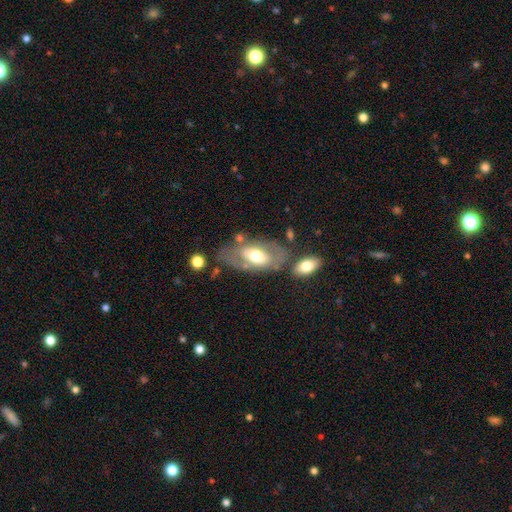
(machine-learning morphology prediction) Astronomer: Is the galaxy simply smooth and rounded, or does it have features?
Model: featured or disk — 50% (runner-up: smooth, 44%).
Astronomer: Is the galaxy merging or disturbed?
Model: none — 55%.